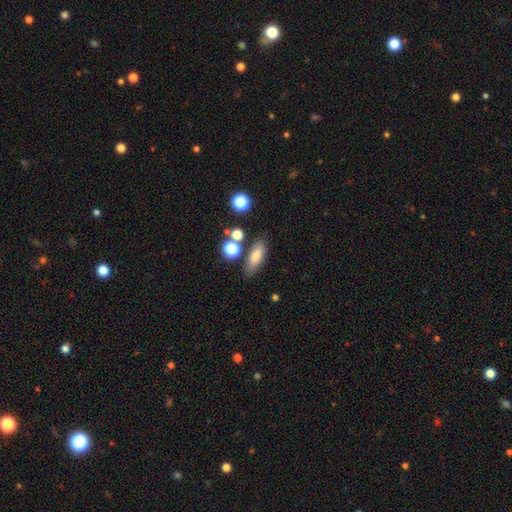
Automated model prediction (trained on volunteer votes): Q: Smooth or featured?
A: smooth (76%); runner-up: featured or disk (14%)
Q: How rounded?
A: in between (64%); runner-up: cigar-shaped (29%)
Q: Merging?
A: none (73%); runner-up: minor disturbance (13%)